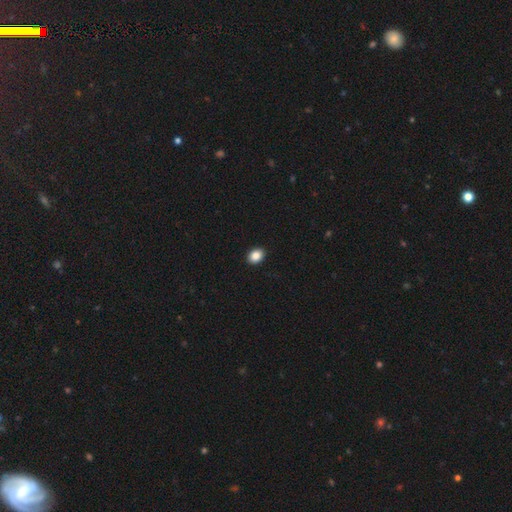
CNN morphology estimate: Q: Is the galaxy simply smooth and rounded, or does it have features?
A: smooth — 87%.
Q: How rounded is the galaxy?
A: in between — 62%.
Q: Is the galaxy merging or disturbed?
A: none — 92%.